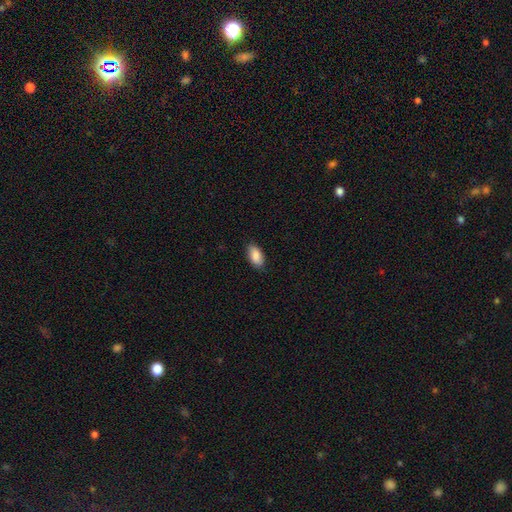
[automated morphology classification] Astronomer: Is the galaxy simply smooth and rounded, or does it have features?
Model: smooth — 88%.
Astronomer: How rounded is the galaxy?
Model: in between — 93%.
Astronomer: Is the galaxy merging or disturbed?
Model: none — 85%.